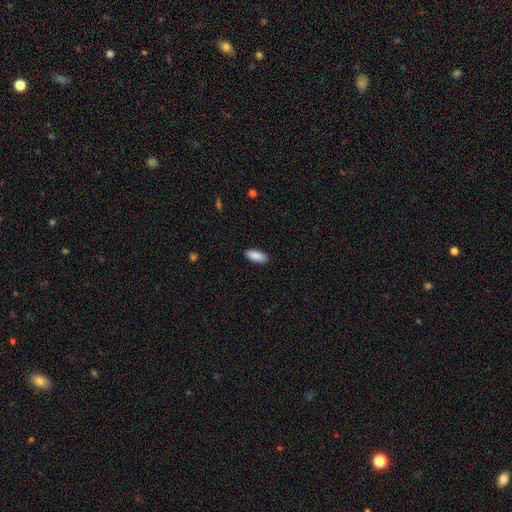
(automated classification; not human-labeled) smooth-or-featured: smooth: 90% | star or artifact: 6% | featured or disk: 4%
  how-rounded: in between: 84% | cigar-shaped: 15% | round: 2%
  merging: none: 89% | minor disturbance: 8% | major disturbance: 2% | merger: 1%